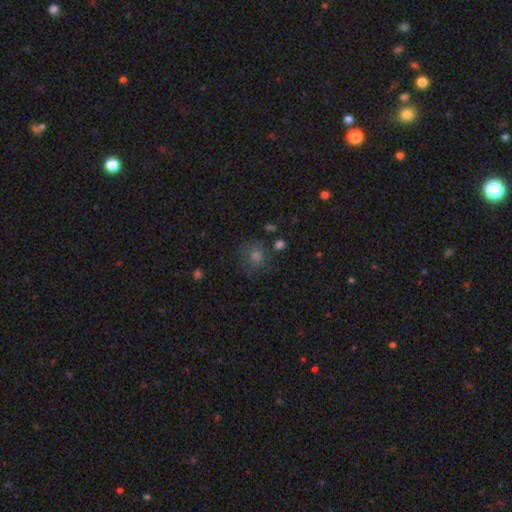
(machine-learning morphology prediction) Smooth or featured? smooth (58%)
How rounded? round (82%)
Merging? none (71%)